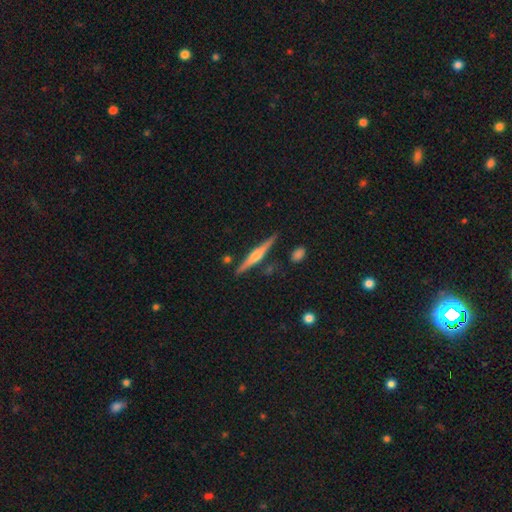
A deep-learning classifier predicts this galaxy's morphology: smooth_or_featured: featured or disk (p=0.69) [alt: smooth p=0.25]
disk_edge_on: yes (p=0.98) [alt: no p=0.02]
edge_on_bulge: rounded (p=0.77) [alt: boxy p=0.12]
merging: none (p=0.86) [alt: minor disturbance p=0.09]